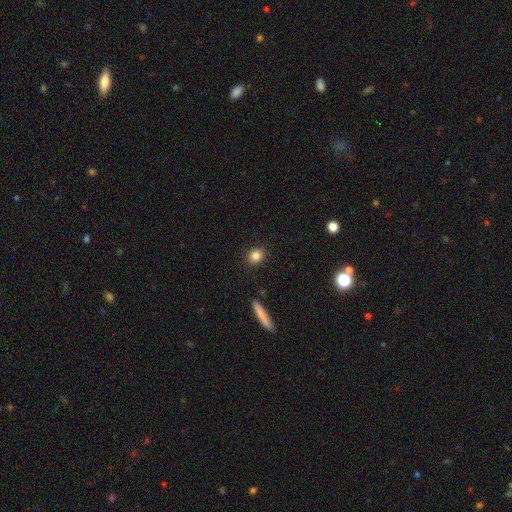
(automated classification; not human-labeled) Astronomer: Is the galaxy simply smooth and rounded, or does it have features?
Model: smooth — 83%.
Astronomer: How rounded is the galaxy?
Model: round — 76%.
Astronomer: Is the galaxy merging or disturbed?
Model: none — 89%.